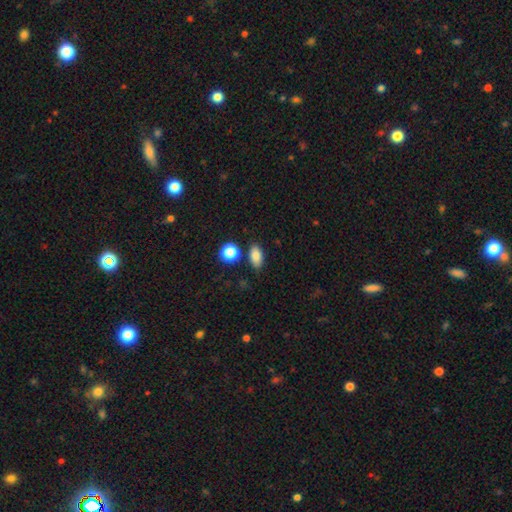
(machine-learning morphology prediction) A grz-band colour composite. It shows a smooth galaxy with no disk features (84%) that is in between round and cigar-shaped (87%). Merging: none (80%).